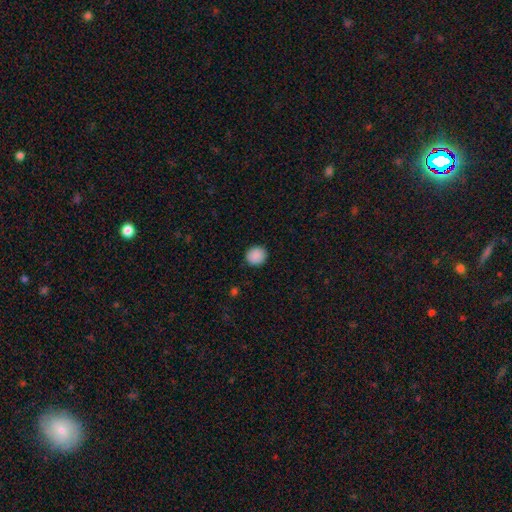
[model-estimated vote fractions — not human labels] This appears to be a smooth galaxy with no disk features (90%) that is round (88%). Merging: none (91%).